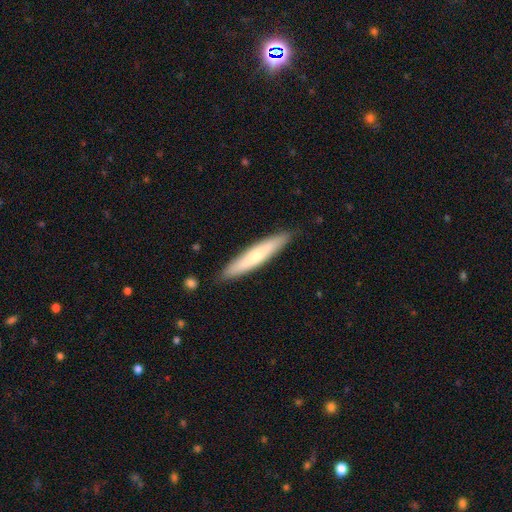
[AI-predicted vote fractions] A smooth galaxy with no disk features (55%) that is cigar-shaped (89%).

Vote fractions:
- Smooth or featured? smooth: 55% / featured or disk: 39% / star or artifact: 6%
- How rounded? cigar-shaped: 89% / in between: 10% / round: 1%
- Merging? none: 87% / minor disturbance: 10% / major disturbance: 2% / merger: 1%